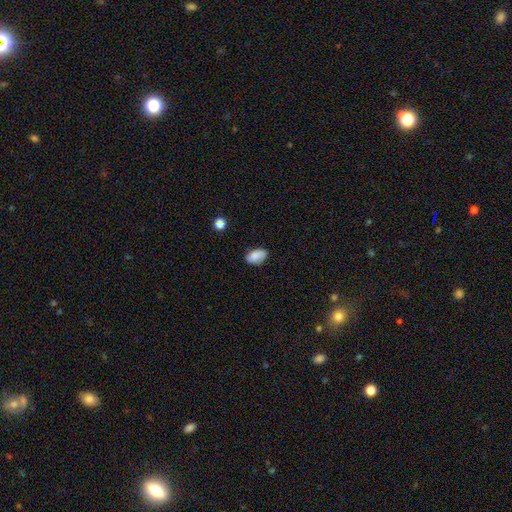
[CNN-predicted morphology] The model was most divided on "merging": none: 77%, minor disturbance: 19%, major disturbance: 3%, merger: 2%. More confident: how rounded — in between (90%); smooth or featured — smooth (84%).